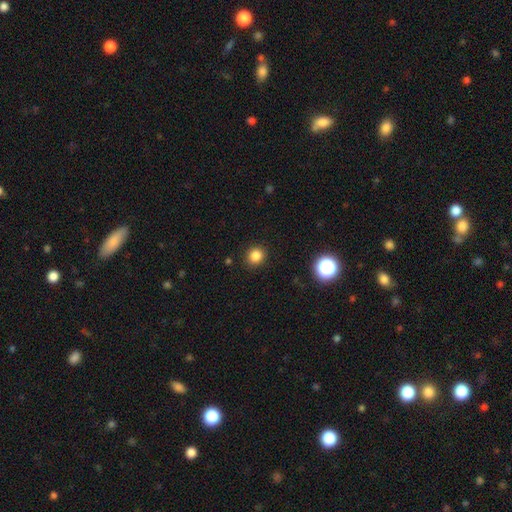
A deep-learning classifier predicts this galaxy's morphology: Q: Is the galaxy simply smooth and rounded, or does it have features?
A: smooth — 83%.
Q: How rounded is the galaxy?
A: round — 85%.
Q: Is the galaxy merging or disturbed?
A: none — 90%.